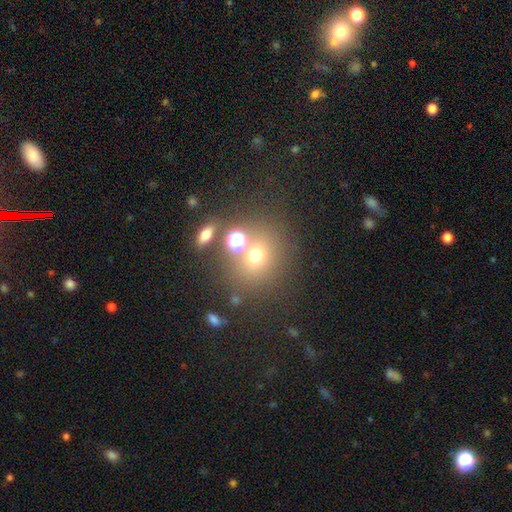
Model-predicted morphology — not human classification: Overall: smooth (62%; star or artifact 23%). How rounded: round (78%). Merging: none (64%).